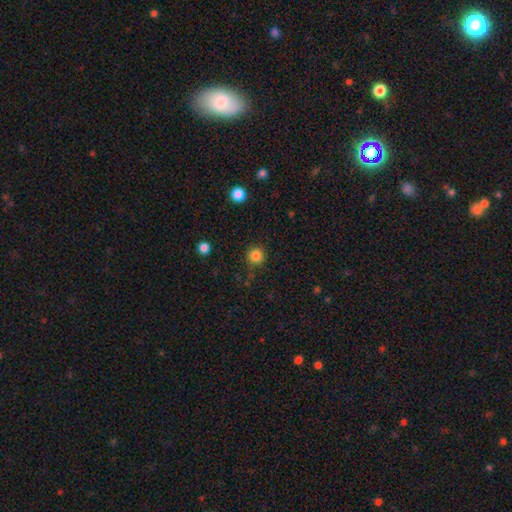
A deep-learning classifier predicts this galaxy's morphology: This appears to be a smooth galaxy with no disk features (85%) that is round (94%). Merging: none (87%).